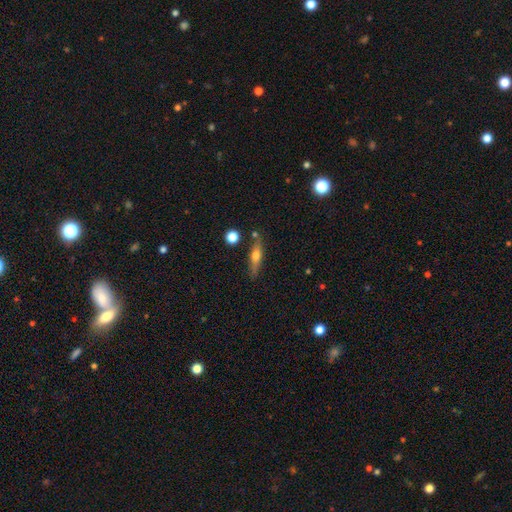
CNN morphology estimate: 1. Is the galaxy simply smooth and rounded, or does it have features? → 50% smooth, 43% featured or disk, 7% star or artifact.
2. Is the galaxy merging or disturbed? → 79% none, 12% minor disturbance, 6% merger, 3% major disturbance.